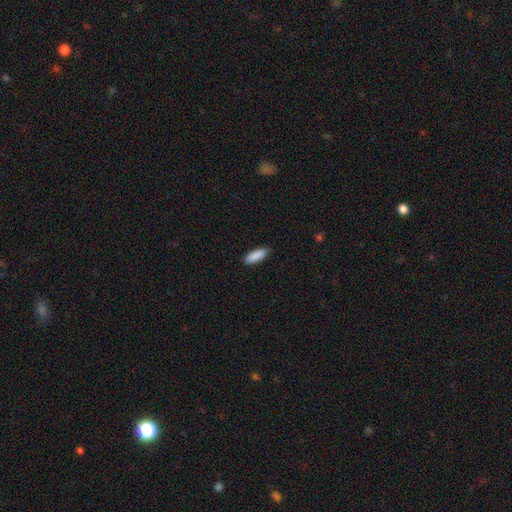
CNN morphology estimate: Q: Smooth or featured?
A: smooth (90%); runner-up: star or artifact (6%)
Q: How rounded?
A: in between (60%); runner-up: cigar-shaped (39%)
Q: Merging?
A: none (88%); runner-up: minor disturbance (9%)